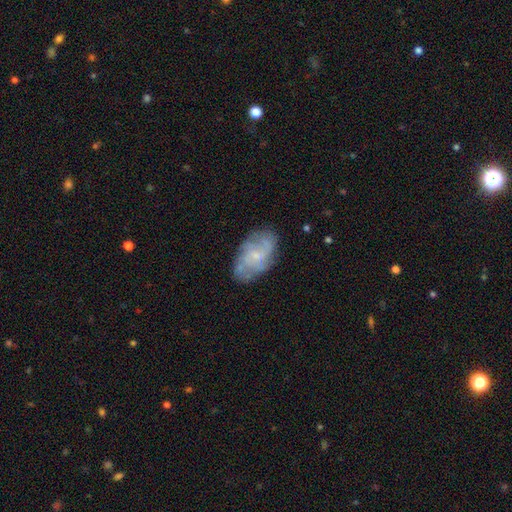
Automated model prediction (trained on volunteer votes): featured or disk 66%, smooth 27%, star or artifact 7%. Down the decision tree: edge-on disk — no (96%); bar — no (61%); spiral arms — yes (79%); spiral arm count — can't tell (42%); spiral winding — medium (43%); bulge size — small (65%); merging — none (70%).